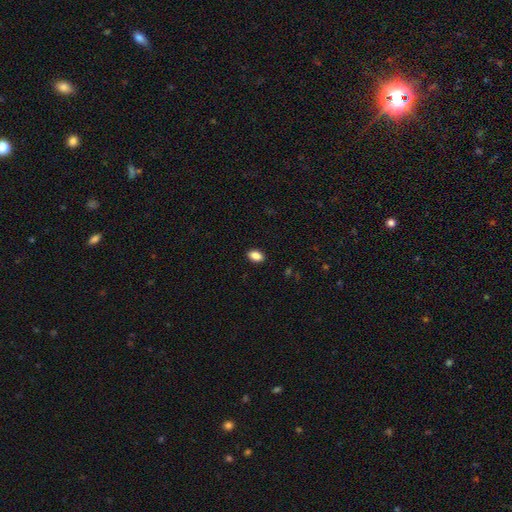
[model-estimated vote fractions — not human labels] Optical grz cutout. It shows a smooth galaxy with no disk features (88%) that is in between round and cigar-shaped (88%). Merging: none (90%).